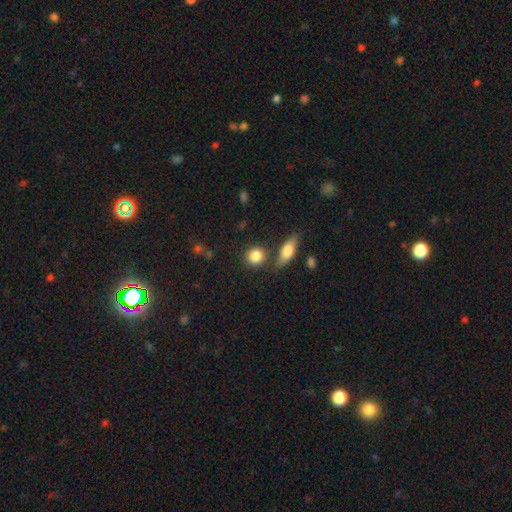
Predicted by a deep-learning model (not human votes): A smooth galaxy with no disk features (85%) that is round (82%).

Vote fractions:
- Smooth or featured? smooth: 85% / star or artifact: 8% / featured or disk: 7%
- How rounded? round: 82% / in between: 16% / cigar-shaped: 2%
- Merging? none: 75% / merger: 12% / minor disturbance: 10% / major disturbance: 3%